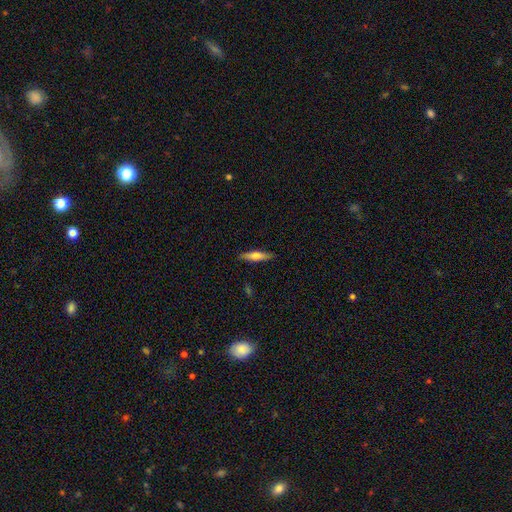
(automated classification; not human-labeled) Smooth or featured? smooth (61%)
How rounded? cigar-shaped (77%)
Merging? none (88%)